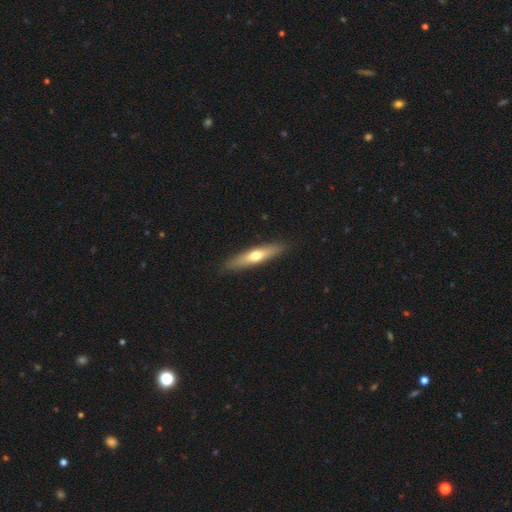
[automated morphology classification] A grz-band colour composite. It shows a smooth galaxy with no disk features (55%) that is cigar-shaped (80%). Merging: none (89%).